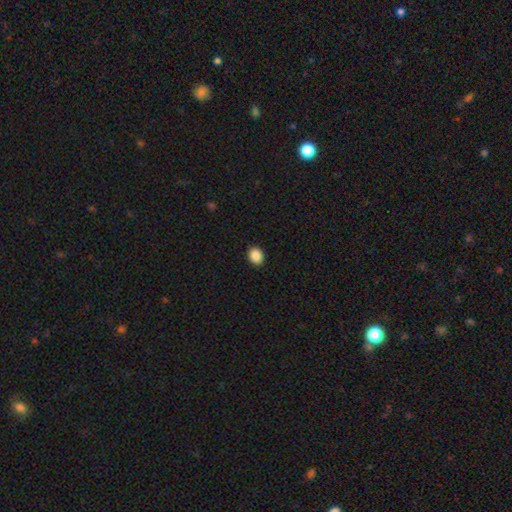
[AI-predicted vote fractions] Q: Smooth or featured?
A: smooth (89%); runner-up: star or artifact (8%)
Q: How rounded?
A: round (51%); runner-up: in between (48%)
Q: Merging?
A: none (91%); runner-up: minor disturbance (6%)